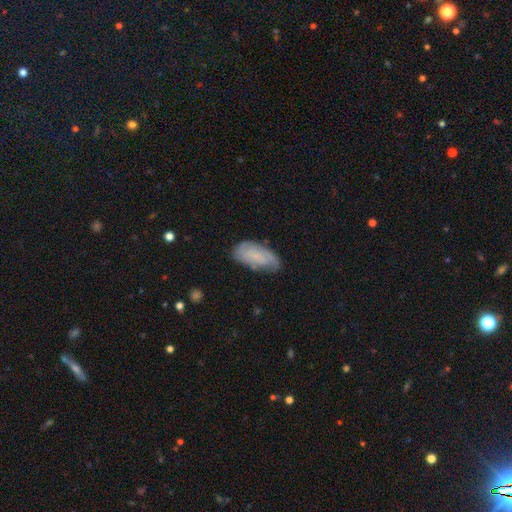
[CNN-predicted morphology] type=smooth (51%); roundness=in between (88%); merging=none (66%).